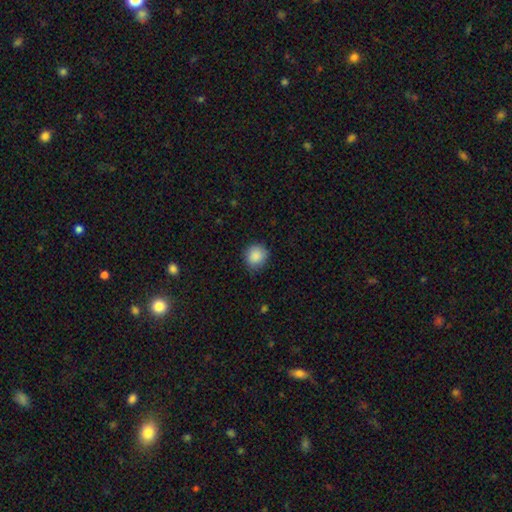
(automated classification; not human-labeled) Smooth or featured? Predicted: smooth (p=0.88). How rounded? Predicted: round (p=0.86). Merging? Predicted: none (p=0.80).